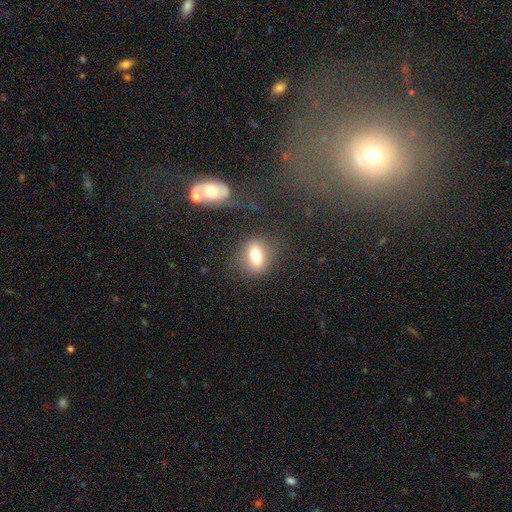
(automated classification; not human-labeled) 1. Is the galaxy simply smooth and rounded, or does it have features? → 74% smooth, 15% featured or disk, 10% star or artifact.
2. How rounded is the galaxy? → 62% in between, 35% round, 3% cigar-shaped.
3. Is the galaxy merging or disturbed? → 76% none, 14% minor disturbance, 6% major disturbance, 4% merger.